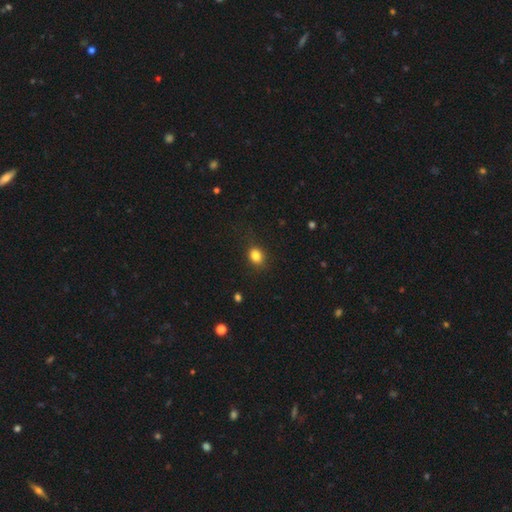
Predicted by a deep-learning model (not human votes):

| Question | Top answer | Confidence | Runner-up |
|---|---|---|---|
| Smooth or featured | smooth | 83% | star or artifact (11%) |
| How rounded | round | 54% | in between (44%) |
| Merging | none | 83% | minor disturbance (12%) |